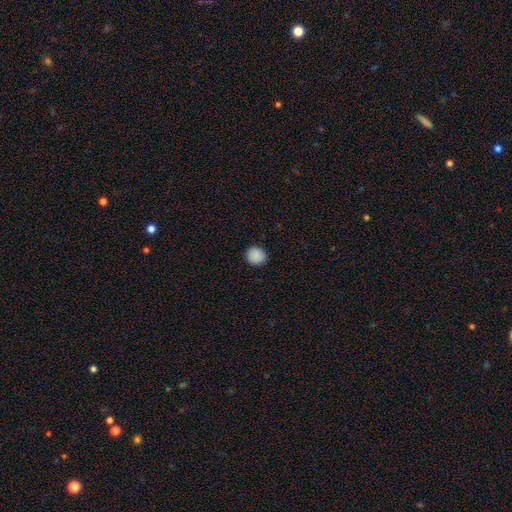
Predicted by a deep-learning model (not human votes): Smooth or featured: smooth — 89% (star or artifact — 8%)
How rounded: round — 86% (in between — 13%)
Merging: none — 91% (minor disturbance — 6%)